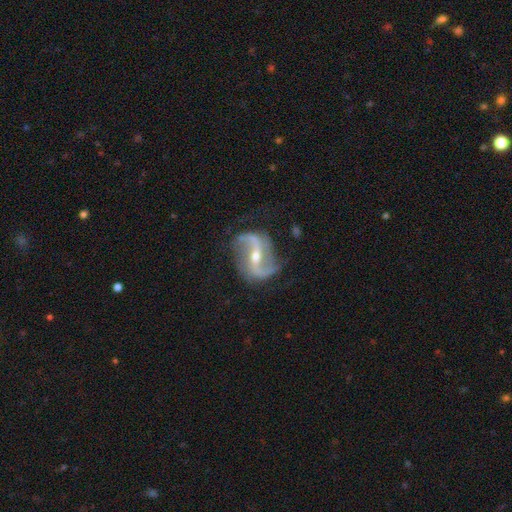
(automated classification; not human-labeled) Smooth or featured? Predicted: featured or disk (p=0.91). Edge-on disk? Predicted: no (p=0.97). Bar? Predicted: strong (p=0.53). Spiral arms? Predicted: yes (p=0.97). Spiral winding? Predicted: loose (p=0.68). Spiral arm count? Predicted: 2 (p=0.93). Bulge size? Predicted: small (p=0.53). Merging? Predicted: none (p=0.78).